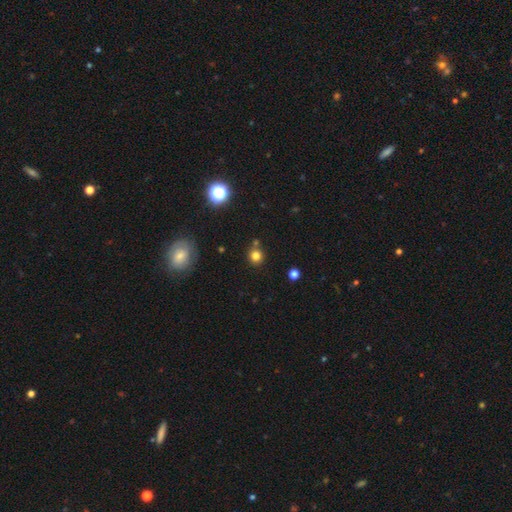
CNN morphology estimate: Q: Smooth or featured?
A: smooth (78%); runner-up: star or artifact (16%)
Q: How rounded?
A: round (90%); runner-up: in between (9%)
Q: Merging?
A: none (75%); runner-up: merger (13%)